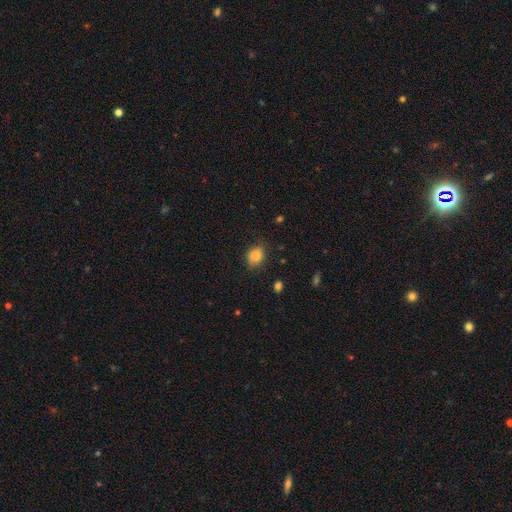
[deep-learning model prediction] smooth_or_featured: smooth (p=0.85) [alt: star or artifact p=0.09]
how_rounded: in between (p=0.59) [alt: round p=0.40]
merging: none (p=0.71) [alt: minor disturbance p=0.22]